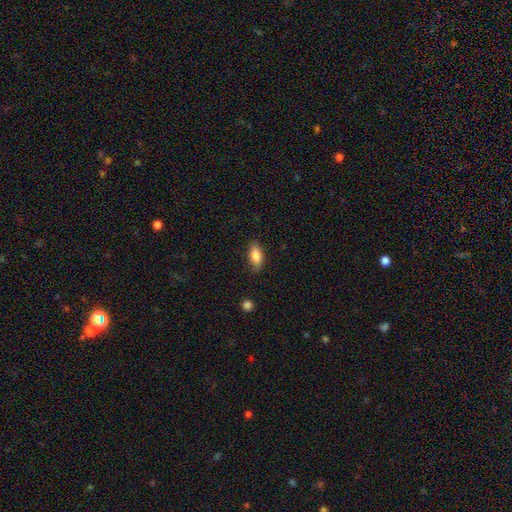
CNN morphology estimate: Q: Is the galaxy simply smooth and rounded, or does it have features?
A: smooth — 83%.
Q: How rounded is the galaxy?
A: in between — 86%.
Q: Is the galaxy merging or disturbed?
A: none — 85%.